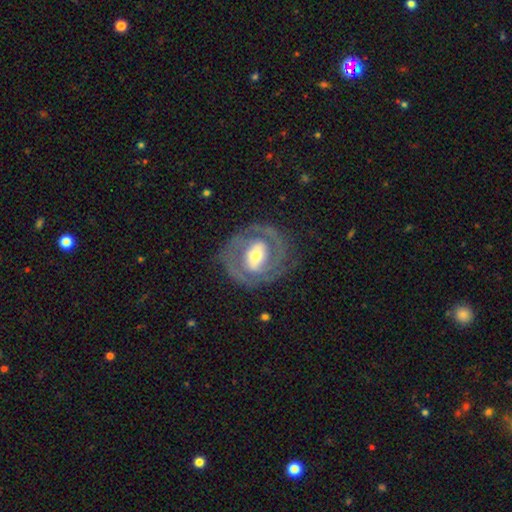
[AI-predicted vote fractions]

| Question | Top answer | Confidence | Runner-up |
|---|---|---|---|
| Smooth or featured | featured or disk | 81% | smooth (14%) |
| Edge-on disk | no | 96% | yes (4%) |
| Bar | strong | 40% | weak (36%) |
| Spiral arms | yes | 82% | no (18%) |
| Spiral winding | tight | 58% | medium (33%) |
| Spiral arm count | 2 | 67% | can't tell (16%) |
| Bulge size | moderate | 55% | small (25%) |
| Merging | none | 77% | minor disturbance (14%) |